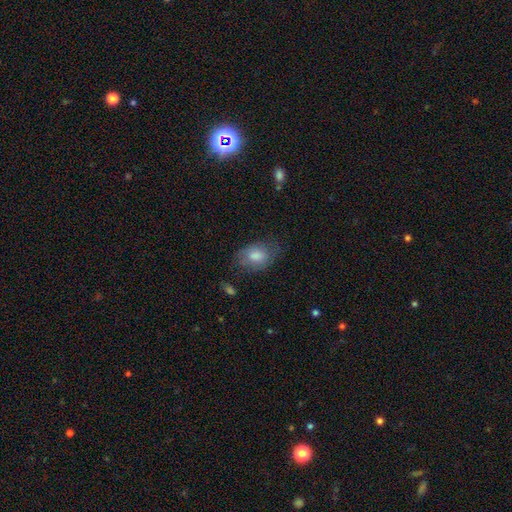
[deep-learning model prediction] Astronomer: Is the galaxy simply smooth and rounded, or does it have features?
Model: smooth — 71%.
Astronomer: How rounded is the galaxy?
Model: in between — 83%.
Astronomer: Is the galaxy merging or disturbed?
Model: none — 65%.